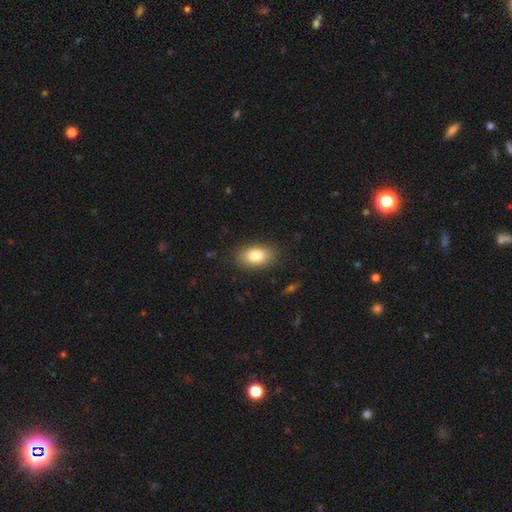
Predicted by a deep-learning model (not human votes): This is clearly a smooth galaxy (82%). How rounded: clearly in between (89%). Merging: clearly none (86%).